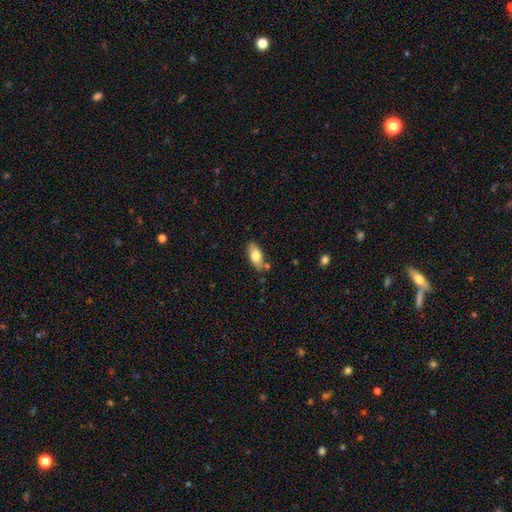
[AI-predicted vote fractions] Smooth or featured? smooth (76%)
How rounded? in between (88%)
Merging? none (74%)